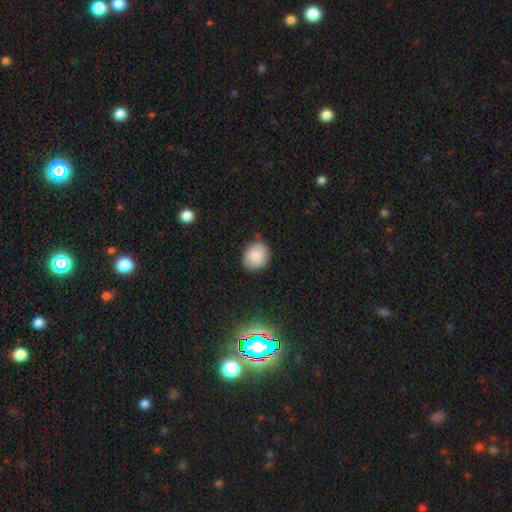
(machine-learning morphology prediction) type=smooth (83%); roundness=round (72%); merging=none (82%).